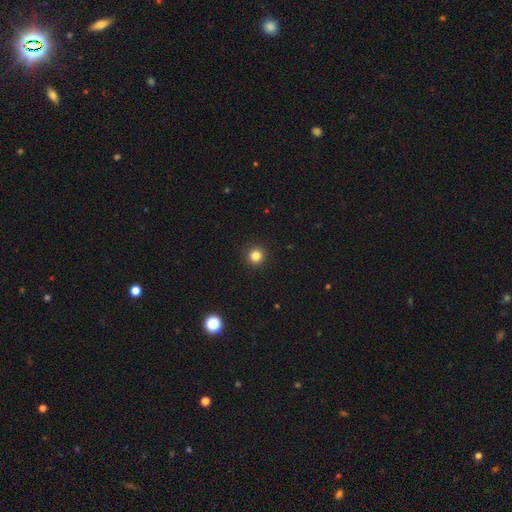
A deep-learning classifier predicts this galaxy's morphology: smooth 83%, star or artifact 12%, featured or disk 5%. Down the decision tree: how rounded — round (95%); merging — none (93%).